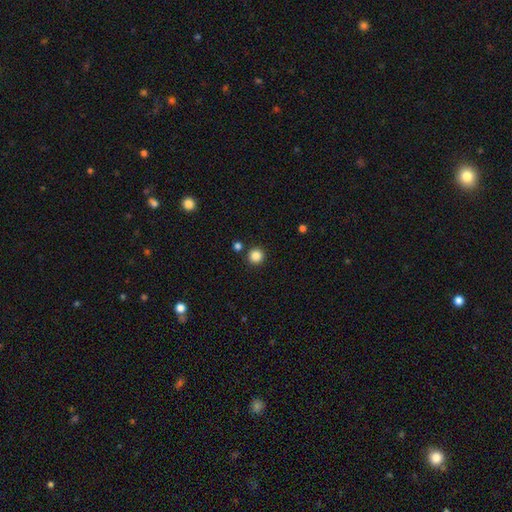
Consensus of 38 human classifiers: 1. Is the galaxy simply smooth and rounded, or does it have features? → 87% smooth, 8% star or artifact, 5% featured or disk.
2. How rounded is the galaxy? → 97% round, 3% in between, 0% cigar-shaped.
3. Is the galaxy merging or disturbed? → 86% none, 11% minor disturbance, 3% major disturbance, 0% merger.